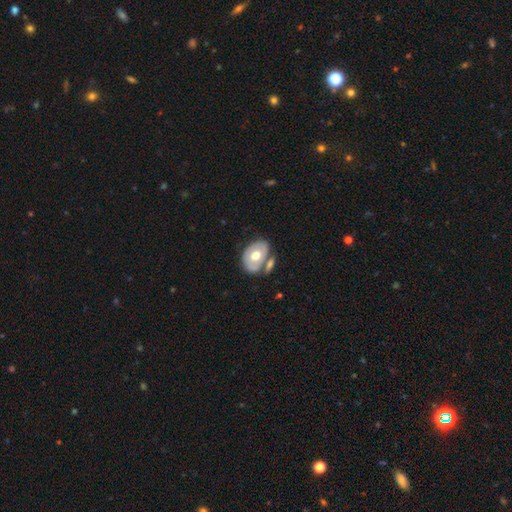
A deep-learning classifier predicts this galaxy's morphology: type=smooth (50%); merging=none (56%).